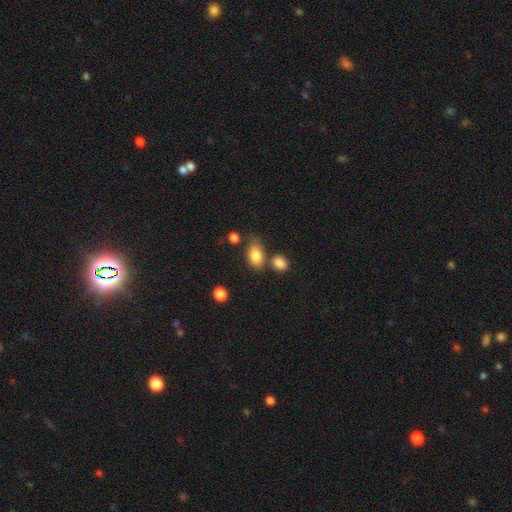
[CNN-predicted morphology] Smooth or featured: smooth — 83% (featured or disk — 9%)
How rounded: in between — 86% (round — 12%)
Merging: none — 63% (minor disturbance — 18%)